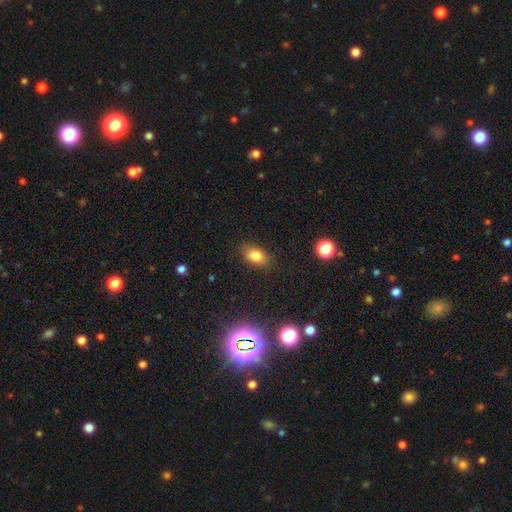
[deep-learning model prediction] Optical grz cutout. It shows a smooth galaxy with no disk features (80%) that is in between round and cigar-shaped (82%). Merging: none (84%).